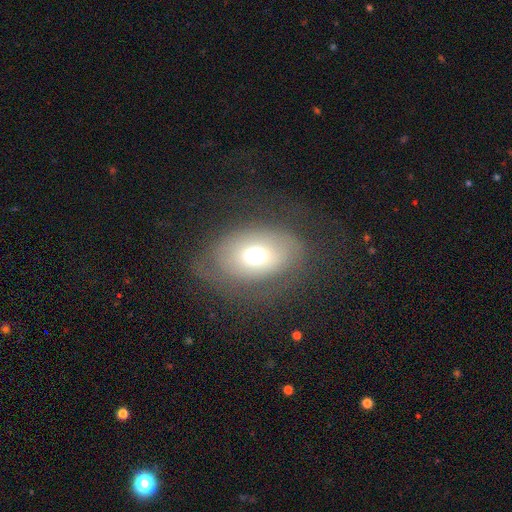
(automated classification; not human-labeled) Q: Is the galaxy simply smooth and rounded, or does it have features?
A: smooth — 58%.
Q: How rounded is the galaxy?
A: in between — 76%.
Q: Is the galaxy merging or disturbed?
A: none — 61%.